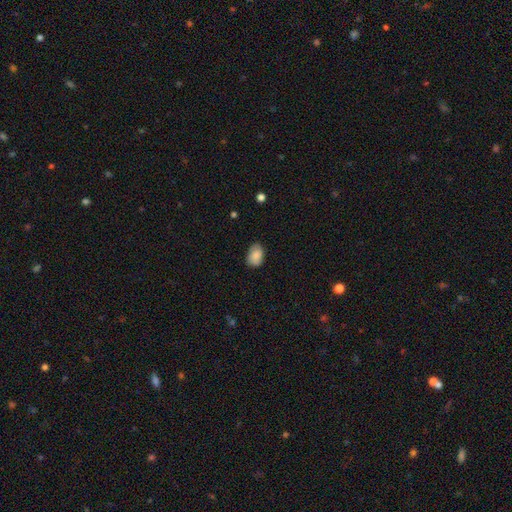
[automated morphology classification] Smooth or featured: smooth — 87% (star or artifact — 7%)
How rounded: in between — 86% (round — 13%)
Merging: none — 76% (minor disturbance — 19%)